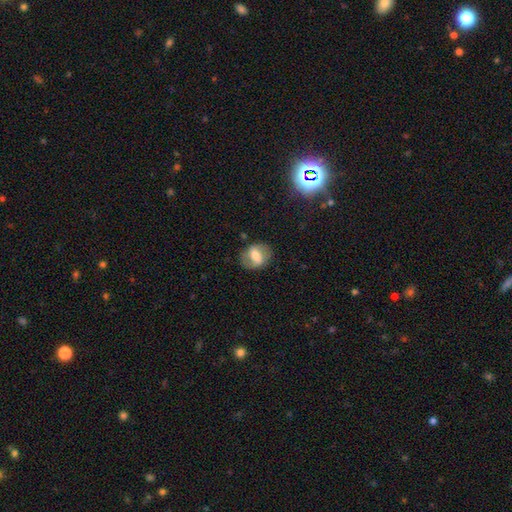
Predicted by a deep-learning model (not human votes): The model was most divided on "smooth or featured": featured or disk: 49%, smooth: 43%, star or artifact: 8%. More confident: merging — none (79%).